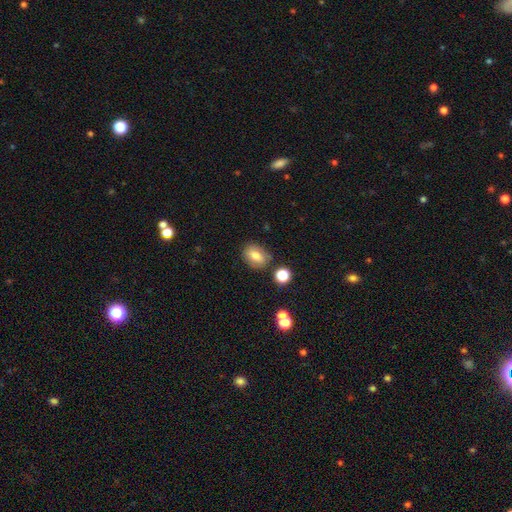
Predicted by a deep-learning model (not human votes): smooth-or-featured: smooth: 77% | featured or disk: 13% | star or artifact: 10%
  how-rounded: in between: 67% | round: 31% | cigar-shaped: 2%
  merging: none: 79% | minor disturbance: 13% | merger: 5% | major disturbance: 3%